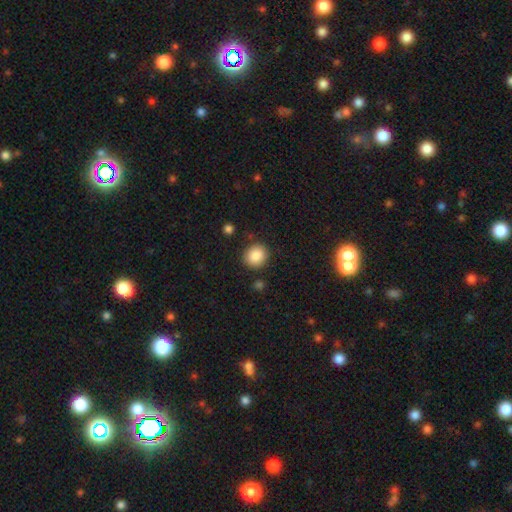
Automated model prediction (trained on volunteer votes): smooth 87%, star or artifact 8%, featured or disk 5%. Down the decision tree: how rounded — round (84%); merging — none (86%).